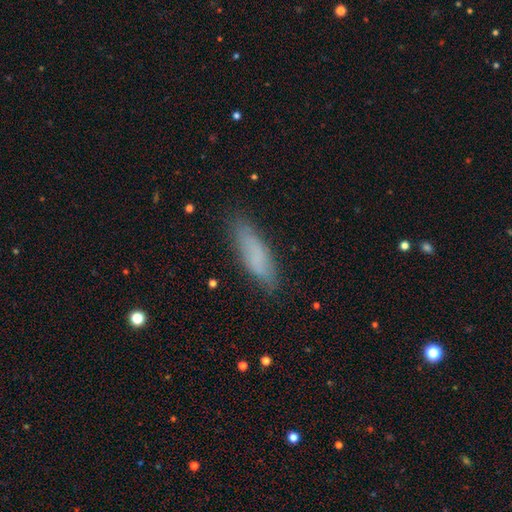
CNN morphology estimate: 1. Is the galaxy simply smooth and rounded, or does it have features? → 77% smooth, 15% featured or disk, 8% star or artifact.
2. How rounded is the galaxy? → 52% cigar-shaped, 46% in between, 2% round.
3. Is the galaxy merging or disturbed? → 79% none, 15% minor disturbance, 4% major disturbance, 1% merger.